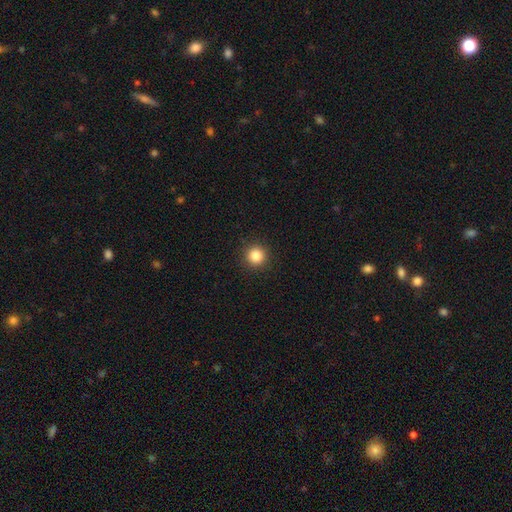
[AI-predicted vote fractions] smooth-or-featured: smooth: 85% | star or artifact: 11% | featured or disk: 4%
  how-rounded: round: 96% | in between: 4% | cigar-shaped: 1%
  merging: none: 93% | minor disturbance: 5% | major disturbance: 2% | merger: 1%